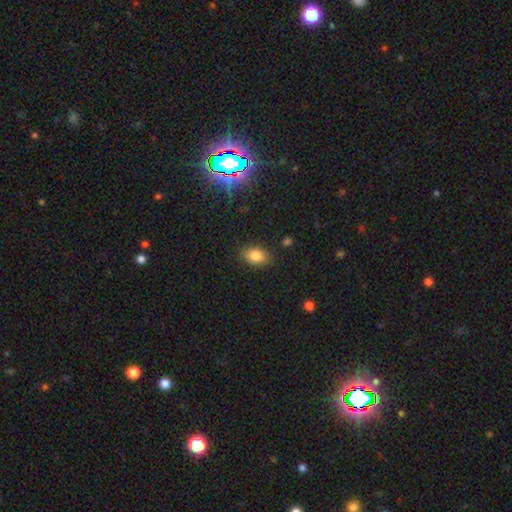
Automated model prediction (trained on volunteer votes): A smooth galaxy with no disk features (83%) that is in between round and cigar-shaped (80%). Merging: none (85%).